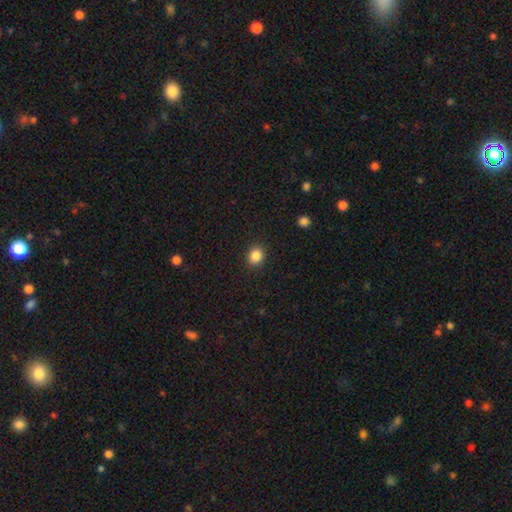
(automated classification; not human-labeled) Smooth or featured: smooth — 87% (star or artifact — 10%)
How rounded: round — 75% (in between — 24%)
Merging: none — 90% (minor disturbance — 6%)